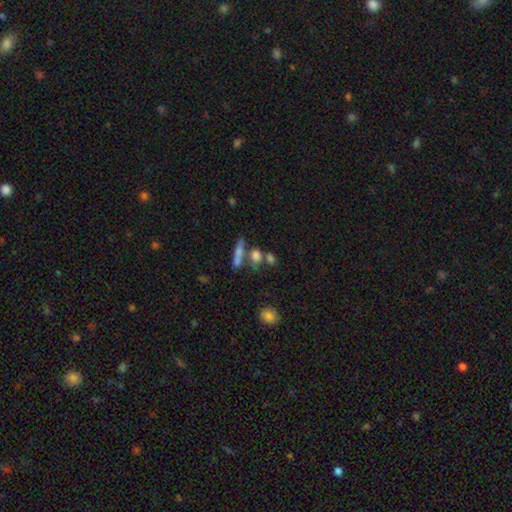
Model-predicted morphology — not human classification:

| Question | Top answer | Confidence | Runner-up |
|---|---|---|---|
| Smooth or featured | smooth | 72% | featured or disk (16%) |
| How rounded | in between | 43% | round (31%) |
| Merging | none | 52% | merger (30%) |